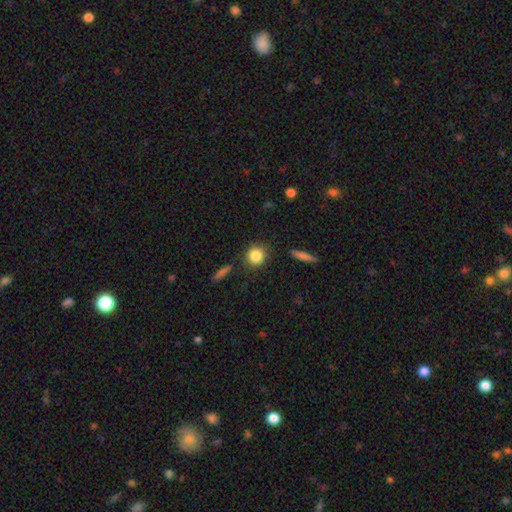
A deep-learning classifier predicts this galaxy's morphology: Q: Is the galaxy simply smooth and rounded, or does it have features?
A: smooth — 85%.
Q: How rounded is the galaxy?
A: round — 86%.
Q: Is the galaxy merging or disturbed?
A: none — 86%.